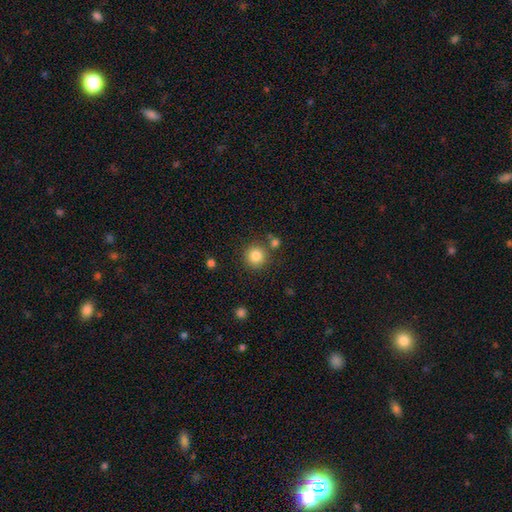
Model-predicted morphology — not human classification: This appears to be a smooth galaxy with no disk features (84%) that is round (94%). Merging: none (81%).